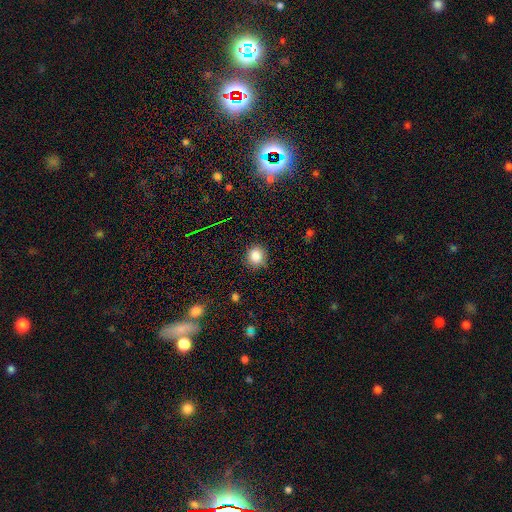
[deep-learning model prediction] This is clearly a smooth galaxy (82%). How rounded: clearly round (84%). Merging: clearly none (82%).